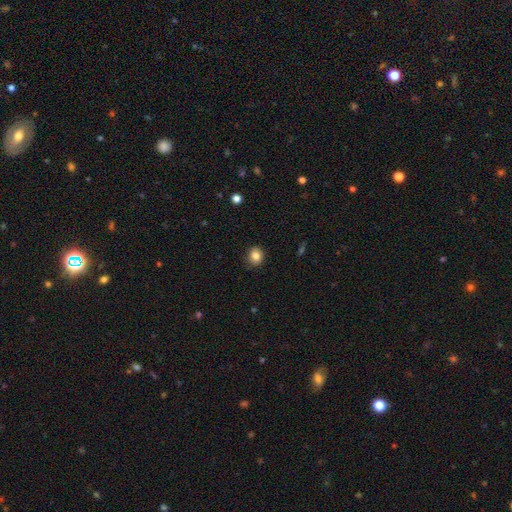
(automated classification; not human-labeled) Smooth or featured: smooth — 83% (star or artifact — 10%)
How rounded: round — 74% (in between — 25%)
Merging: none — 88% (minor disturbance — 9%)